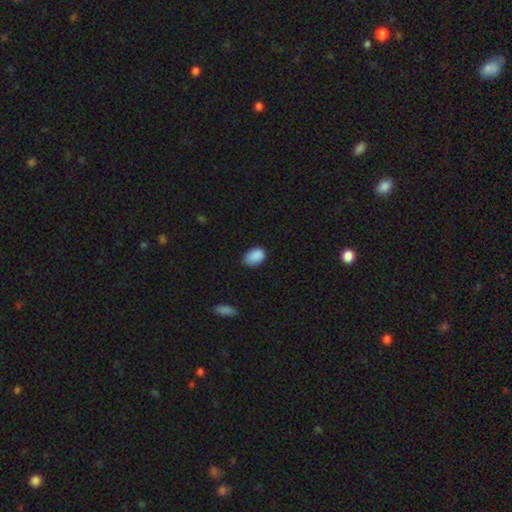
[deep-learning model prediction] A smooth galaxy with no disk features (88%) that is in between round and cigar-shaped (83%). Merging: none (72%).